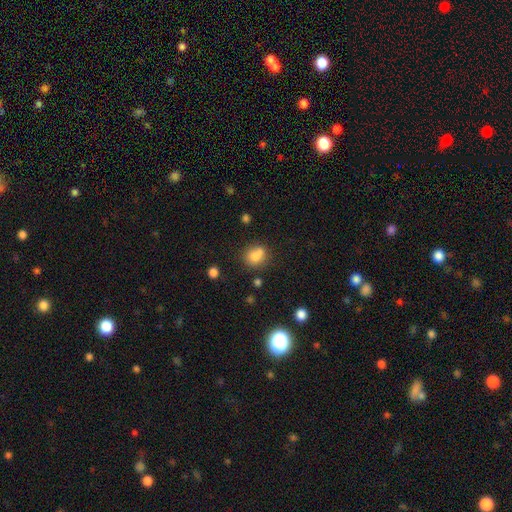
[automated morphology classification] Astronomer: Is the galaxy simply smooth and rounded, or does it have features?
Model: smooth — 76%.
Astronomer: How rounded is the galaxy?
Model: round — 74%.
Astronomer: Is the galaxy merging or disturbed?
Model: none — 47% (runner-up: merger, 34%).